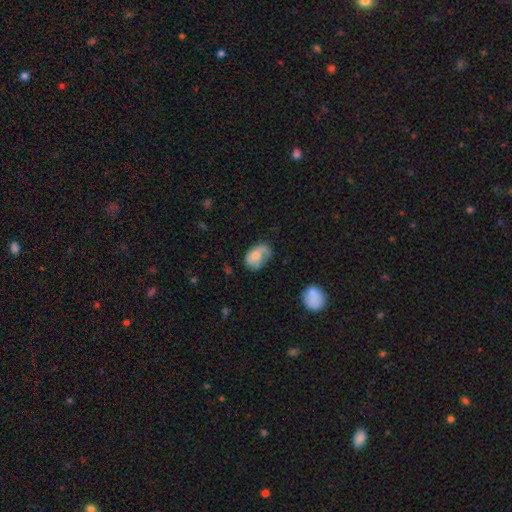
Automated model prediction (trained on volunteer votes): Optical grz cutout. It shows a smooth galaxy with no disk features (55%) that is in between round and cigar-shaped (79%). Merging: none (38%).